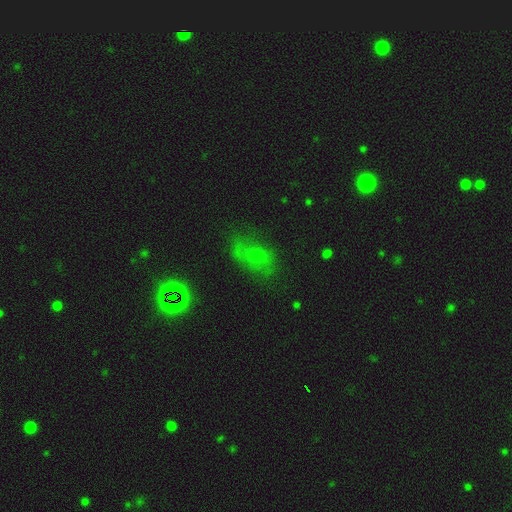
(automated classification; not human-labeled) A smooth galaxy with no disk features (41%). Merging: none (56%).